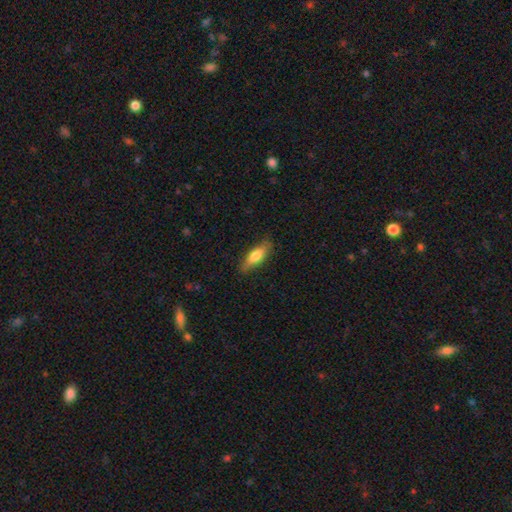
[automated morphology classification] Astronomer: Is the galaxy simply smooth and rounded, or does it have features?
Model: smooth — 69%.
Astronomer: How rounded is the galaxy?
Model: in between — 53% (runner-up: cigar-shaped, 44%).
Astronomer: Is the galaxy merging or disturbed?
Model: none — 81%.